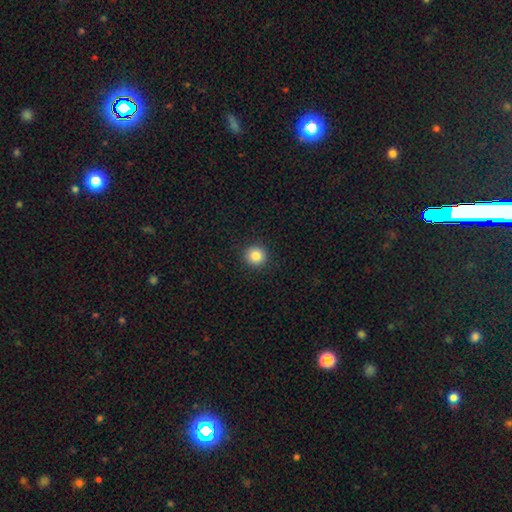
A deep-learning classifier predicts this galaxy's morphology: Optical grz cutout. It shows a smooth galaxy with no disk features (84%) that is round (94%). Merging: none (92%).